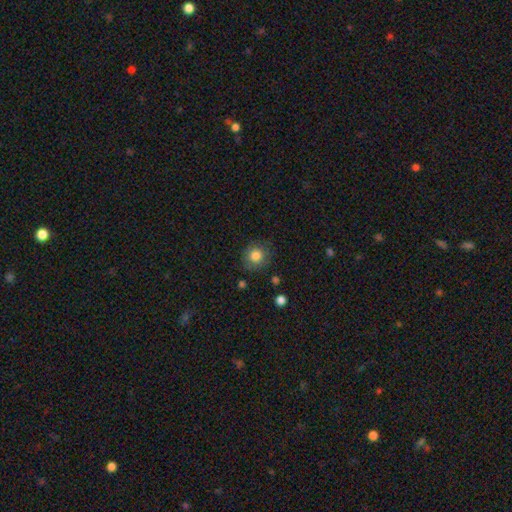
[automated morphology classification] smooth-or-featured: smooth: 82% | star or artifact: 10% | featured or disk: 8%
  how-rounded: round: 88% | in between: 11% | cigar-shaped: 1%
  merging: none: 82% | minor disturbance: 13% | major disturbance: 4% | merger: 2%